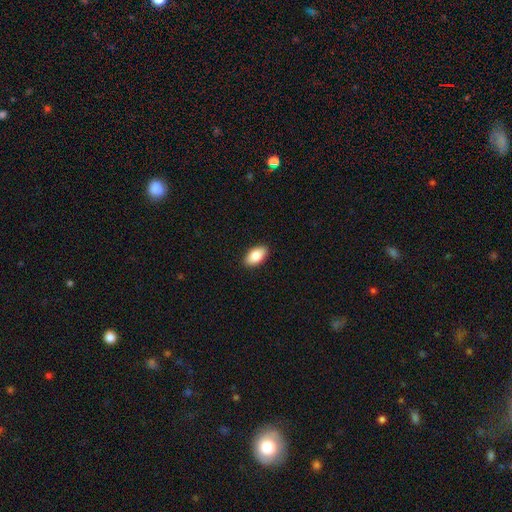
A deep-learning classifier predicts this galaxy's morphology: This is clearly a smooth galaxy (87%). How rounded: clearly in between (94%). Merging: clearly none (90%).